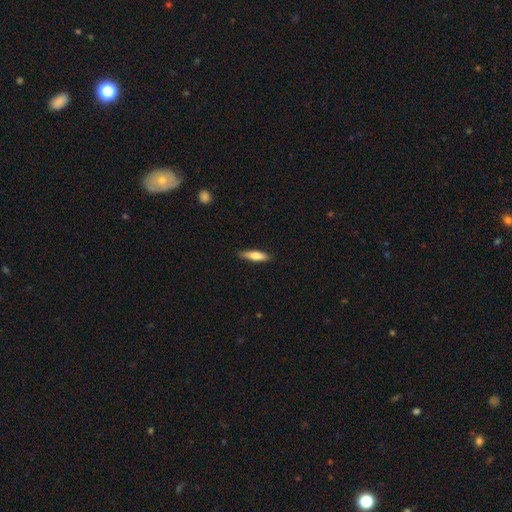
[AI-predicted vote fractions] Morphology: type=smooth (73%); roundness=cigar-shaped (72%); merging=none (84%).